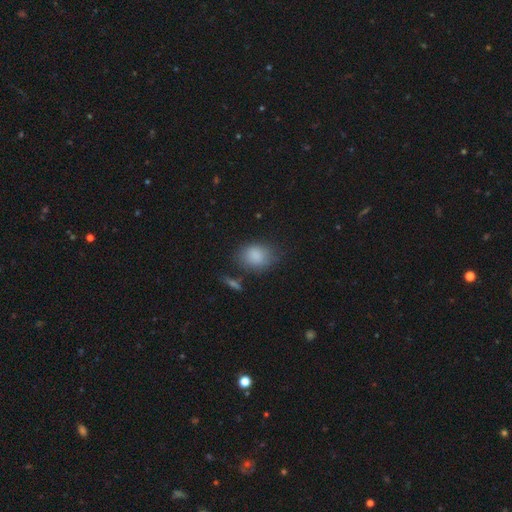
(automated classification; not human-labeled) Smooth or featured: smooth — 85% (star or artifact — 8%)
How rounded: in between — 56% (round — 42%)
Merging: none — 66% (minor disturbance — 22%)